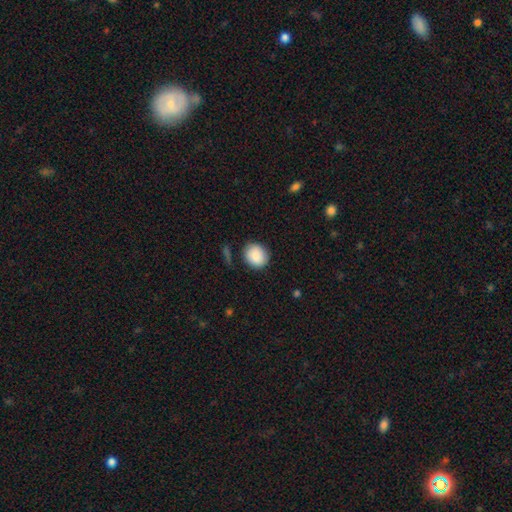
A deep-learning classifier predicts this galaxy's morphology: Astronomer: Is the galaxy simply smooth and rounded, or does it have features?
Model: smooth — 89%.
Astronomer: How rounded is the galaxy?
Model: round — 73%.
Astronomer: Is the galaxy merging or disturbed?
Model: none — 83%.